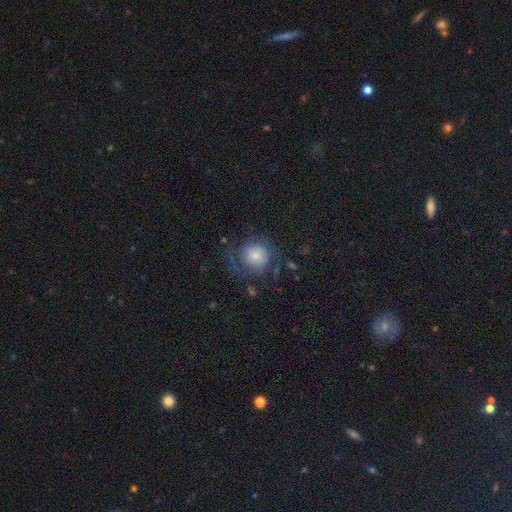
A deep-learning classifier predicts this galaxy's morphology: This appears to be a smooth galaxy with no disk features (55%) that is round (87%). Merging: none (53%).